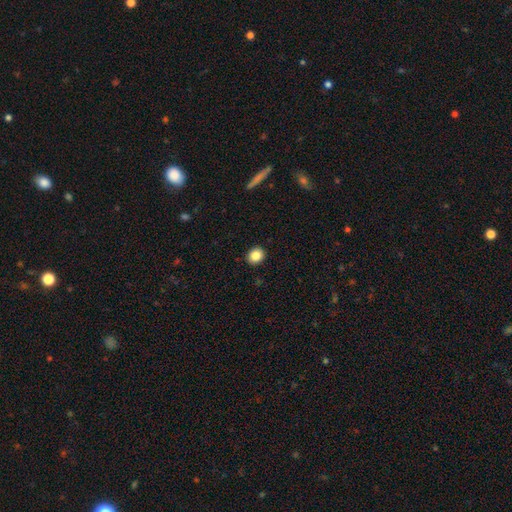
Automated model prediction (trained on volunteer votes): Q: Smooth or featured?
A: smooth (86%); runner-up: star or artifact (9%)
Q: How rounded?
A: round (71%); runner-up: in between (29%)
Q: Merging?
A: none (91%); runner-up: minor disturbance (6%)